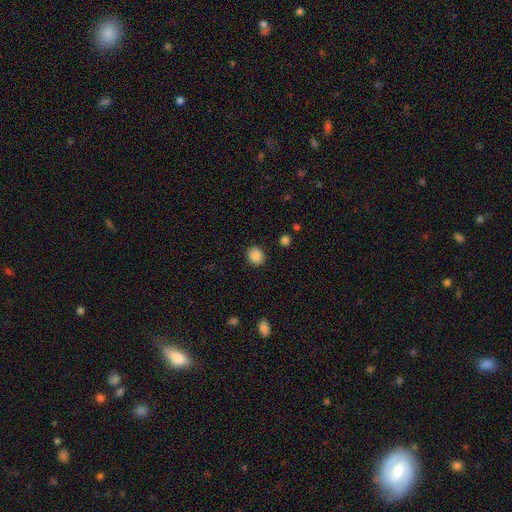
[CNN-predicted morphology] type=smooth (88%); roundness=round (76%); merging=none (89%).